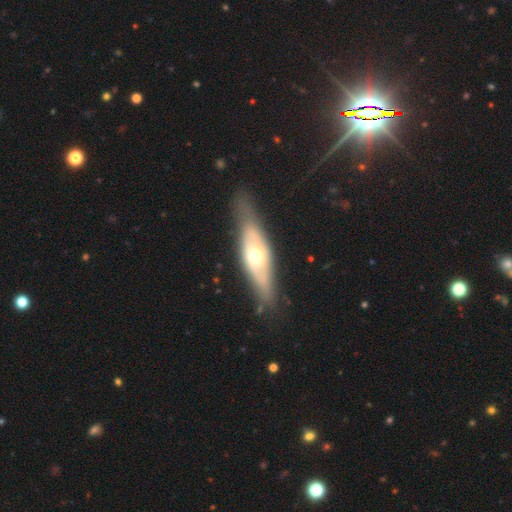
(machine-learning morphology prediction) smooth_or_featured: featured or disk (p=0.62) [alt: smooth p=0.32]
disk_edge_on: no (p=0.53) [alt: yes p=0.47]
merging: none (p=0.71) [alt: minor disturbance p=0.20]